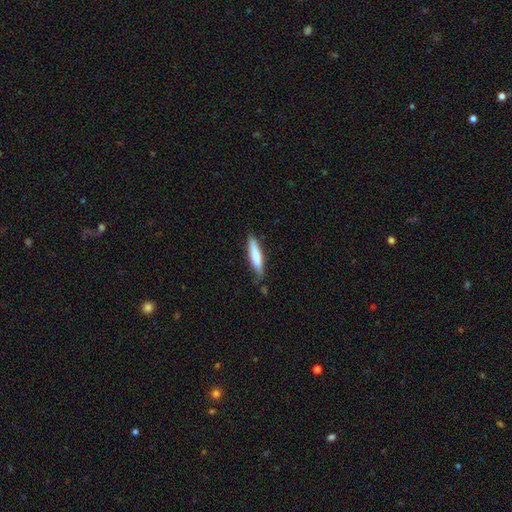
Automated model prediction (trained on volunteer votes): Smooth or featured? Predicted: smooth (p=0.76). How rounded? Predicted: cigar-shaped (p=0.82). Merging? Predicted: none (p=0.77).